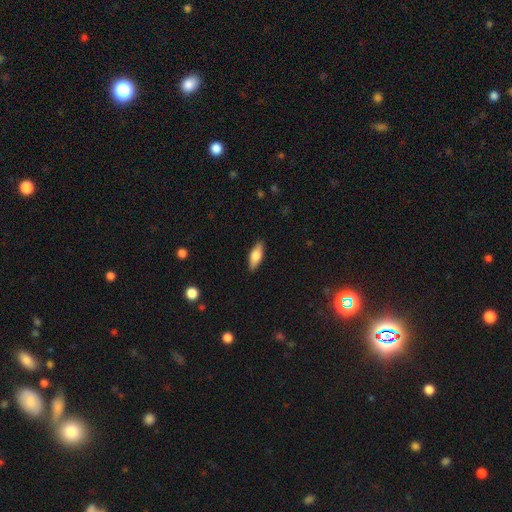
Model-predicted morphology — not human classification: Smooth or featured? smooth (72%)
How rounded? in between (66%)
Merging? none (88%)